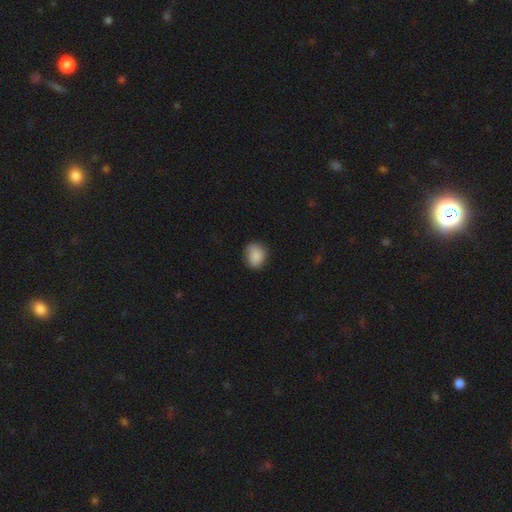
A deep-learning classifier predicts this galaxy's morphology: This appears to be a smooth galaxy with no disk features (85%) that is round (59%). Merging: none (71%).